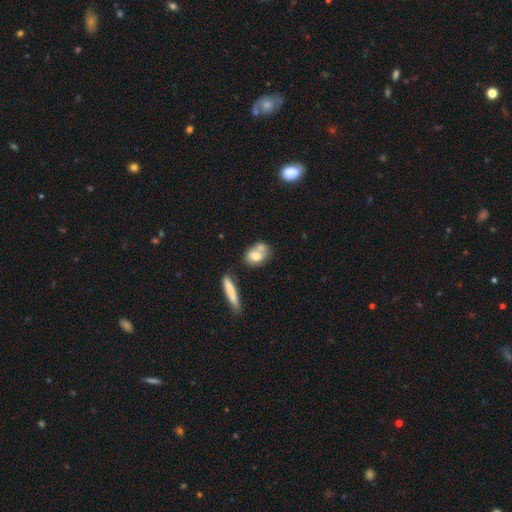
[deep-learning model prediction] Q: Smooth or featured?
A: smooth (65%); runner-up: featured or disk (27%)
Q: How rounded?
A: in between (64%); runner-up: round (32%)
Q: Merging?
A: merger (40%); runner-up: none (39%)